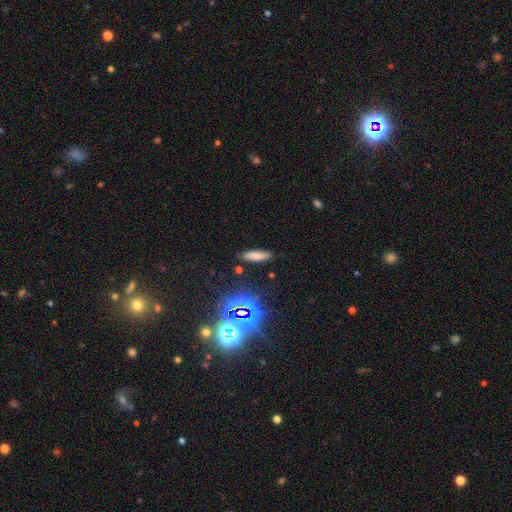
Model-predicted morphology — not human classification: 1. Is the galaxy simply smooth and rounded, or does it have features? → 71% smooth, 18% star or artifact, 11% featured or disk.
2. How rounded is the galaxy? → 63% cigar-shaped, 34% in between, 3% round.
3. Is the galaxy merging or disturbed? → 87% none, 9% minor disturbance, 2% major disturbance, 2% merger.